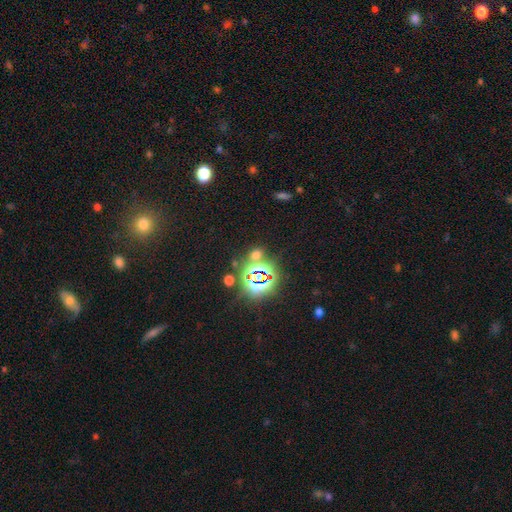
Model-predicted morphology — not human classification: The model was most divided on "smooth or featured": star or artifact: 57%, smooth: 35%, featured or disk: 8%.